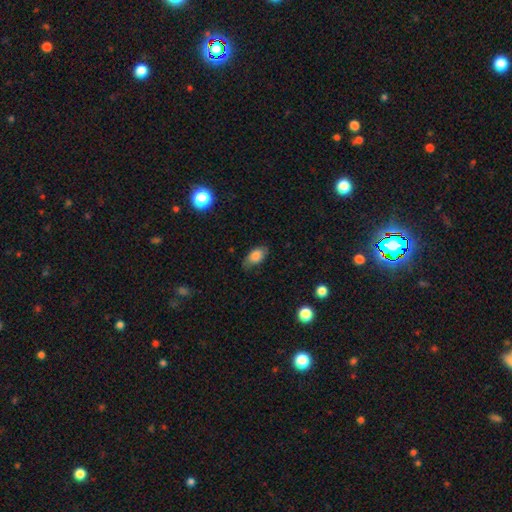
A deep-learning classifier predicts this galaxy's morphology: This is likely a smooth galaxy (79%). How rounded: clearly in between (89%). Merging: likely none (71%).